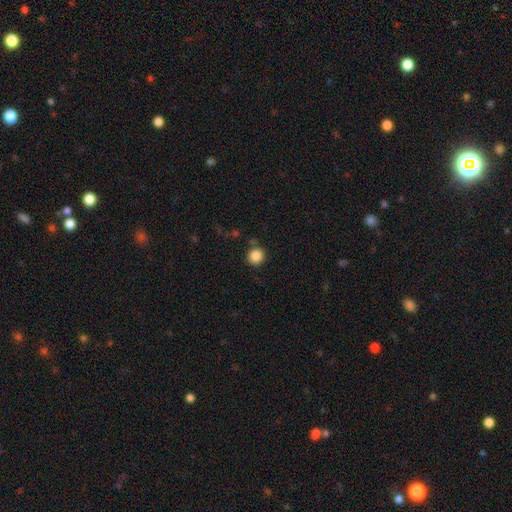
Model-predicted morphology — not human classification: Overall: smooth (86%). How rounded: round (91%). Merging: none (86%).